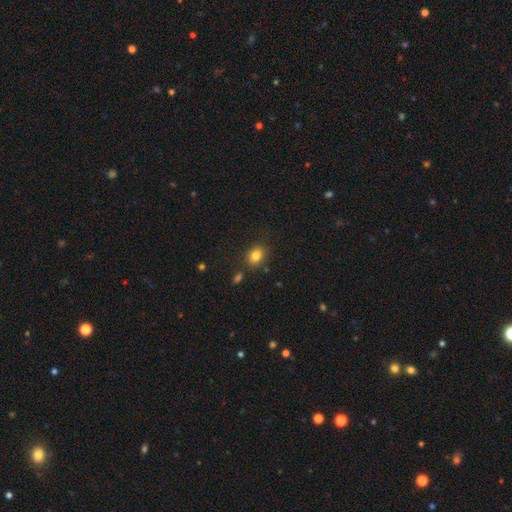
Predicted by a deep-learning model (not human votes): A smooth galaxy with no disk features (82%) that is in between round and cigar-shaped (60%).

Vote fractions:
- Smooth or featured? smooth: 82% / star or artifact: 11% / featured or disk: 7%
- How rounded? in between: 60% / round: 39% / cigar-shaped: 1%
- Merging? none: 81% / minor disturbance: 12% / merger: 5% / major disturbance: 3%